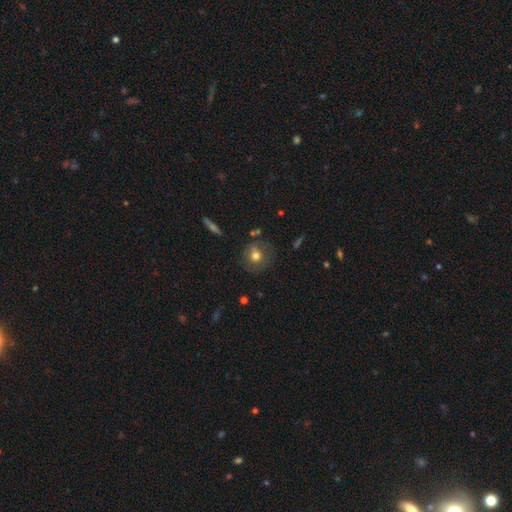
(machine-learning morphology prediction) type=smooth (62%); roundness=round (80%); merging=none (71%).